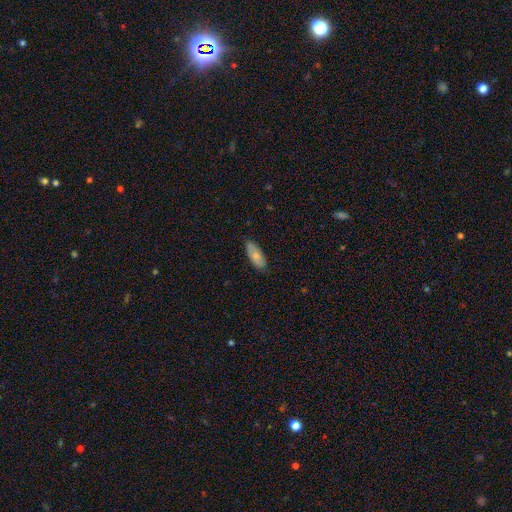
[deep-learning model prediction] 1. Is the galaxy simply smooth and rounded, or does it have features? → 73% smooth, 21% featured or disk, 6% star or artifact.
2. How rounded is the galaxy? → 84% in between, 13% cigar-shaped, 2% round.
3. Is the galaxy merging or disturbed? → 81% none, 16% minor disturbance, 2% major disturbance, 1% merger.